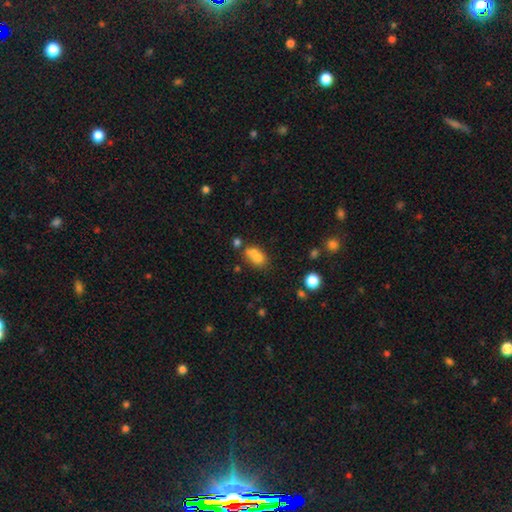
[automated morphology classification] smooth-or-featured: smooth: 71% | featured or disk: 16% | star or artifact: 13%
  how-rounded: in between: 73% | round: 20% | cigar-shaped: 7%
  merging: merger: 41% | none: 36% | minor disturbance: 15% | major disturbance: 8%